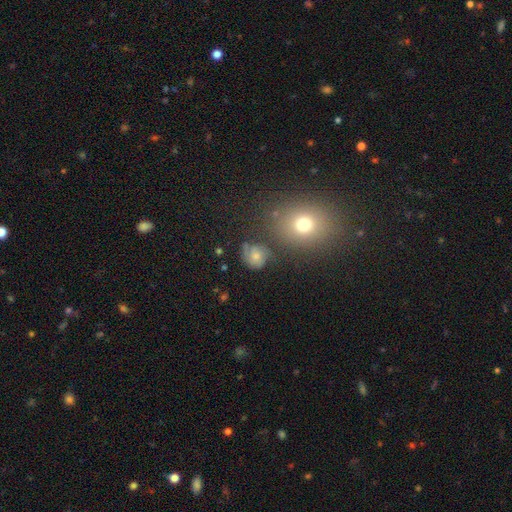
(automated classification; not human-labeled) Overall: smooth (44%; featured or disk 43%). Merging: none (61%; minor disturbance 21%).